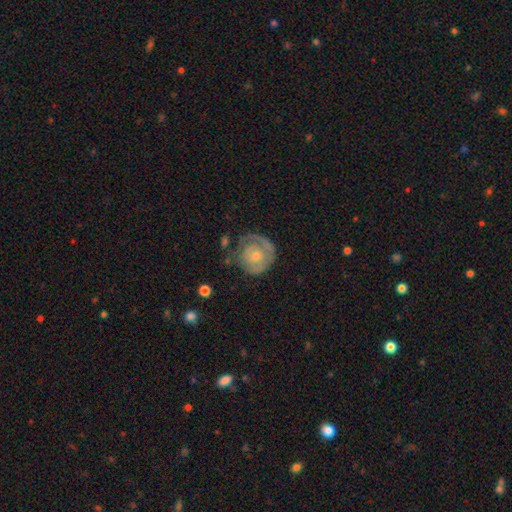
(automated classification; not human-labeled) smooth_or_featured: featured or disk (p=0.66) [alt: smooth p=0.29]
disk_edge_on: no (p=0.98) [alt: yes p=0.02]
bar: no (p=0.78) [alt: weak p=0.19]
has_spiral_arms: yes (p=0.75) [alt: no p=0.25]
bulge_size: small (p=0.47) [alt: moderate p=0.45]
merging: none (p=0.51) [alt: minor disturbance p=0.25]